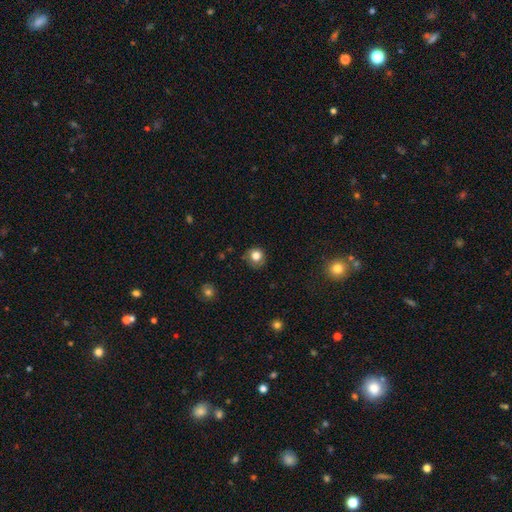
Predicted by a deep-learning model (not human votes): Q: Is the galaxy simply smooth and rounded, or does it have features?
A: smooth — 81%.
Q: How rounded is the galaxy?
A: round — 86%.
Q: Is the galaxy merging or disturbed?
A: none — 73%.